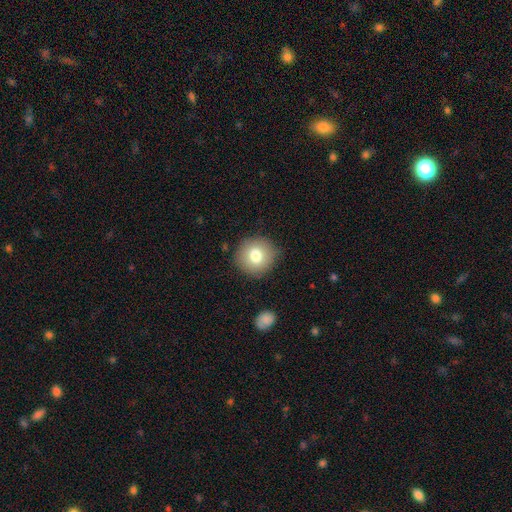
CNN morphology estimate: Q: Smooth or featured?
A: smooth (78%); runner-up: featured or disk (13%)
Q: How rounded?
A: round (92%); runner-up: in between (7%)
Q: Merging?
A: none (87%); runner-up: minor disturbance (9%)